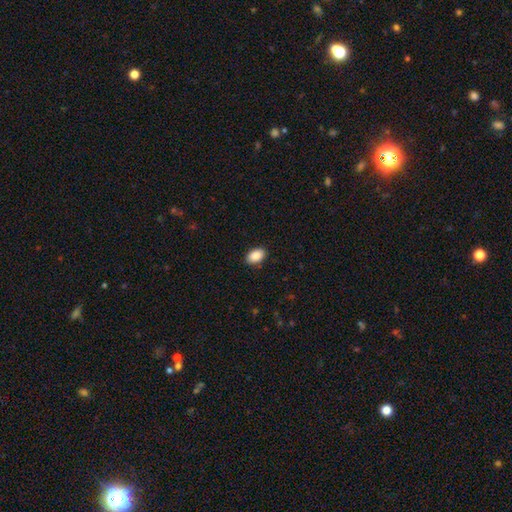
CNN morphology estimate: smooth-or-featured: smooth: 89% | star or artifact: 7% | featured or disk: 4%
  how-rounded: in between: 90% | round: 9% | cigar-shaped: 1%
  merging: none: 89% | minor disturbance: 9% | major disturbance: 2% | merger: 1%